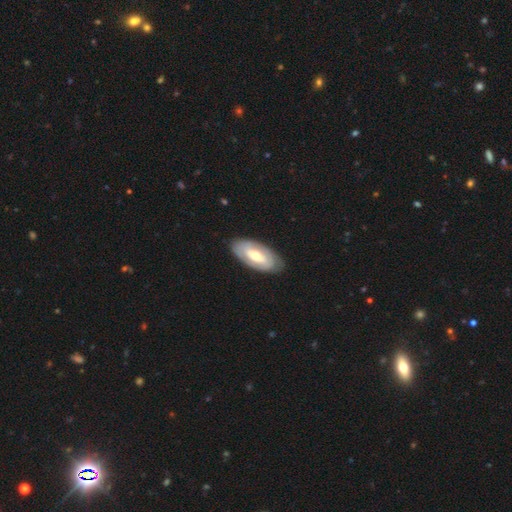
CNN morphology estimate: type=featured or disk (57%); edge-on=no (87%); merging=none (84%).